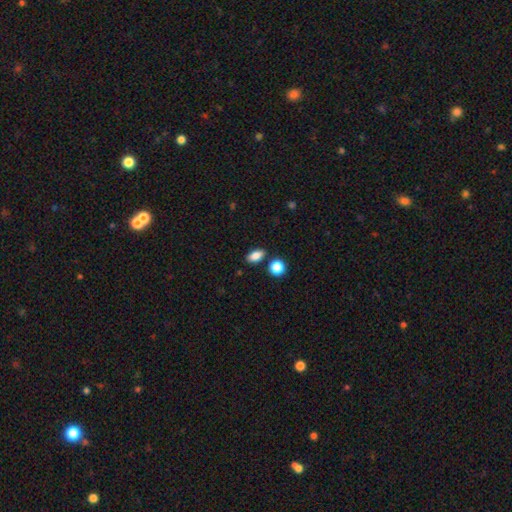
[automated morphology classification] Q: Smooth or featured?
A: smooth (85%); runner-up: star or artifact (9%)
Q: How rounded?
A: in between (84%); runner-up: round (10%)
Q: Merging?
A: none (83%); runner-up: minor disturbance (9%)